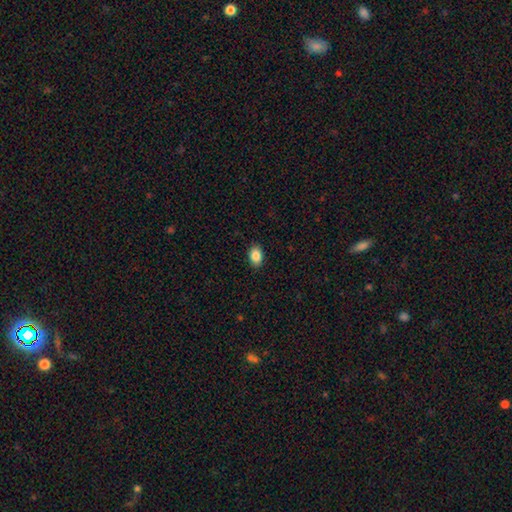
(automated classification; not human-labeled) Q: Smooth or featured?
A: smooth (87%); runner-up: star or artifact (8%)
Q: How rounded?
A: in between (84%); runner-up: round (15%)
Q: Merging?
A: none (90%); runner-up: minor disturbance (8%)